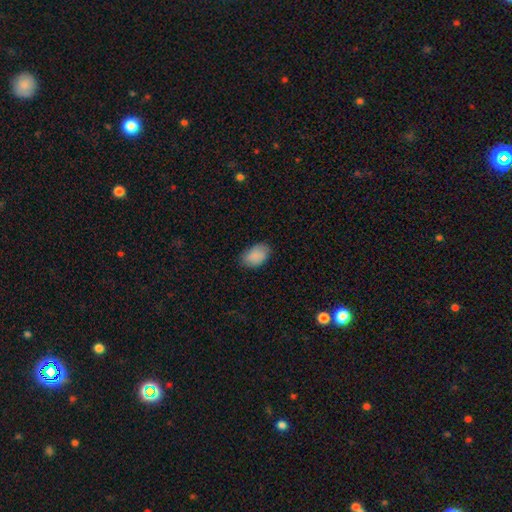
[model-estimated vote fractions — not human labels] A smooth galaxy with no disk features (89%) that is in between round and cigar-shaped (88%).

Vote fractions:
- Smooth or featured? smooth: 89% / star or artifact: 7% / featured or disk: 4%
- How rounded? in between: 88% / round: 11% / cigar-shaped: 1%
- Merging? none: 79% / minor disturbance: 17% / major disturbance: 3% / merger: 1%